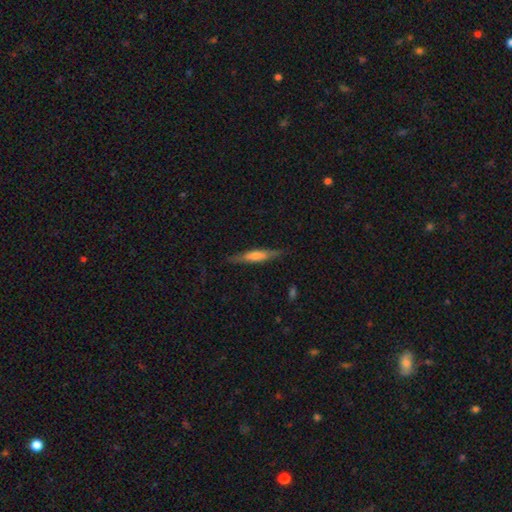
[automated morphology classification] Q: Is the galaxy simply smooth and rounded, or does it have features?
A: smooth — 48%.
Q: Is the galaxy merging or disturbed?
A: none — 83%.